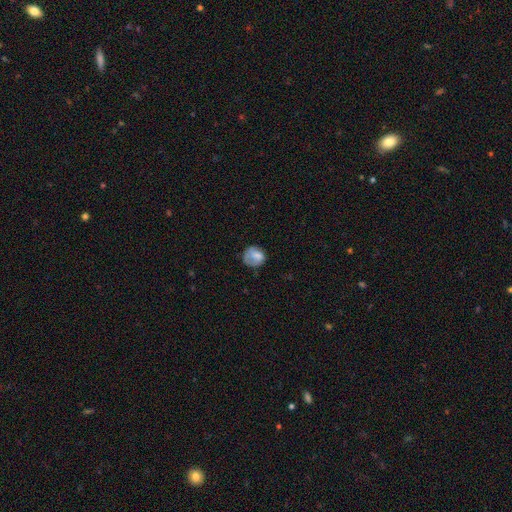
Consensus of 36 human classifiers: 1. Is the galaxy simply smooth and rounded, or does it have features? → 86% smooth, 8% featured or disk, 6% star or artifact.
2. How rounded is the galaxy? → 71% round, 29% in between, 0% cigar-shaped.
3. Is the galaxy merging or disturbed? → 44% minor disturbance, 32% major disturbance, 24% none, 0% merger.